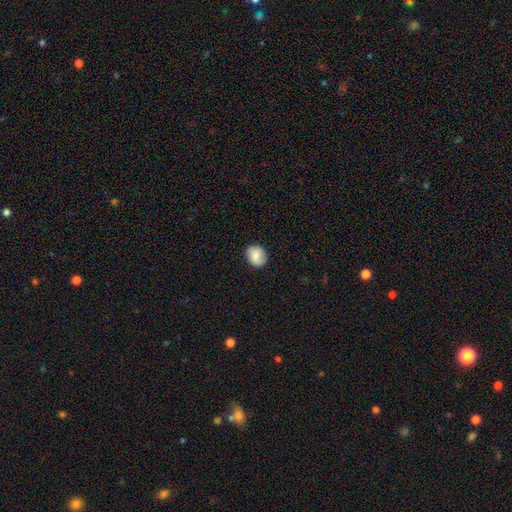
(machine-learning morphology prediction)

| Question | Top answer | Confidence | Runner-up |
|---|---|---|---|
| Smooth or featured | smooth | 75% | featured or disk (17%) |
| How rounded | round | 68% | in between (31%) |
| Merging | none | 84% | minor disturbance (12%) |